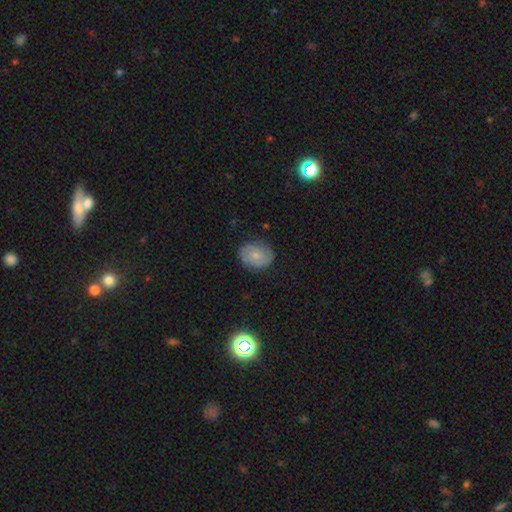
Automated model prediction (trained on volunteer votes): smooth 51%, featured or disk 40%, star or artifact 8%. Down the decision tree: how rounded — round (54%); merging — none (78%).